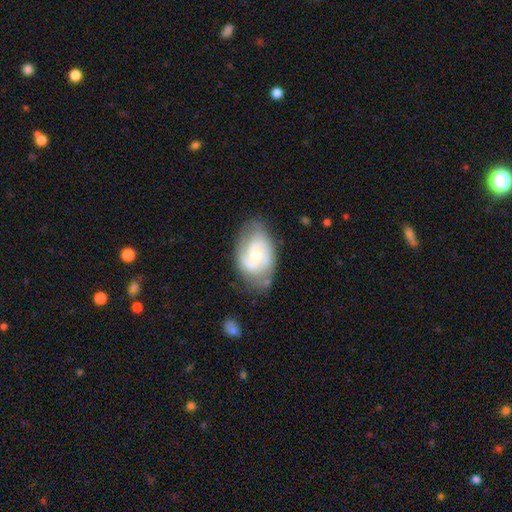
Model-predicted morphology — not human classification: The model was most divided on "bar": no: 50%, weak: 43%, strong: 7%. Remaining: edge-on disk — no (97%); spiral arms — yes (94%); smooth or featured — featured or disk (79%); merging — none (68%); spiral arm count — 2 (68%); bulge size — small (51%); spiral winding — medium (48%).